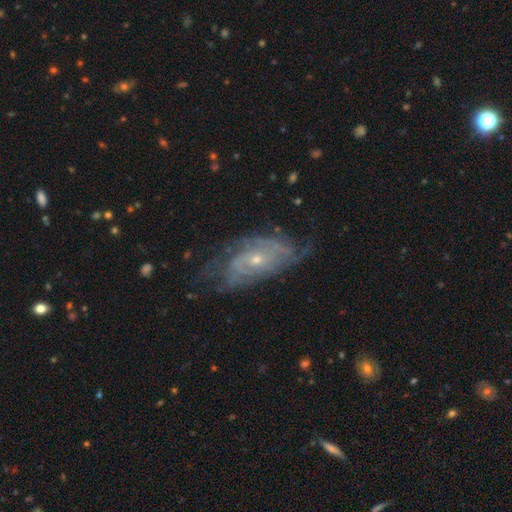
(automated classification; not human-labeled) Q: Smooth or featured?
A: featured or disk (73%); runner-up: smooth (16%)
Q: Edge-on disk?
A: no (92%); runner-up: yes (8%)
Q: Bar?
A: no (72%); runner-up: weak (23%)
Q: Spiral arms?
A: yes (87%); runner-up: no (13%)
Q: Spiral winding?
A: tight (53%); runner-up: medium (34%)
Q: Spiral arm count?
A: can't tell (46%); runner-up: 2 (21%)
Q: Bulge size?
A: small (63%); runner-up: moderate (33%)
Q: Merging?
A: none (65%); runner-up: minor disturbance (23%)